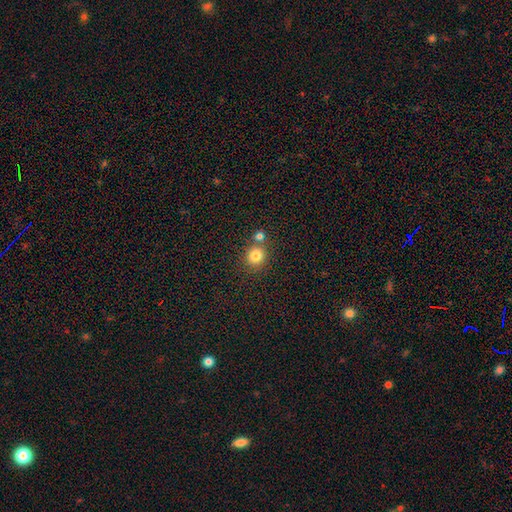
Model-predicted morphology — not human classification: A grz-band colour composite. It shows a smooth galaxy with no disk features (81%) that is round (87%). Merging: none (67%).